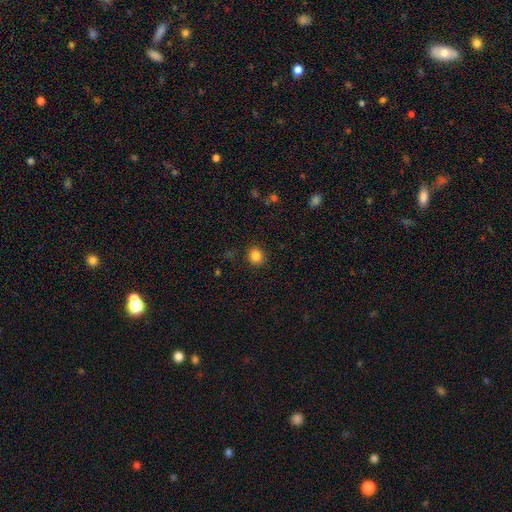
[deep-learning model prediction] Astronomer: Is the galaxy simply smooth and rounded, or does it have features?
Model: smooth — 85%.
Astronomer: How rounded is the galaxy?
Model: round — 82%.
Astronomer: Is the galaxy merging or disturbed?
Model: none — 88%.